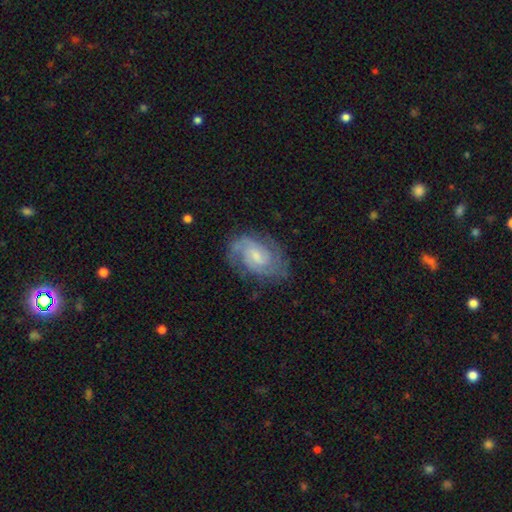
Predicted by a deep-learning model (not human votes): Smooth or featured?
  - featured or disk: 86% *
  - smooth: 9%
  - star or artifact: 5%
Edge-on disk?
  - no: 97% *
  - yes: 3%
Bar?
  - weak: 50% *
  - no: 40%
  - strong: 9%
Spiral arms?
  - yes: 97% *
  - no: 3%
Spiral winding?
  - tight: 55% *
  - medium: 39%
  - loose: 7%
Spiral arm count?
  - 2: 62% *
  - 3: 15%
  - can't tell: 14%
  - 4: 4%
  - 1: 3%
  - more than 4: 3%
Bulge size?
  - small: 50% *
  - moderate: 34%
  - none: 11%
  - large: 4%
  - dominant: 1%
Merging?
  - none: 76% *
  - minor disturbance: 17%
  - major disturbance: 6%
  - merger: 1%